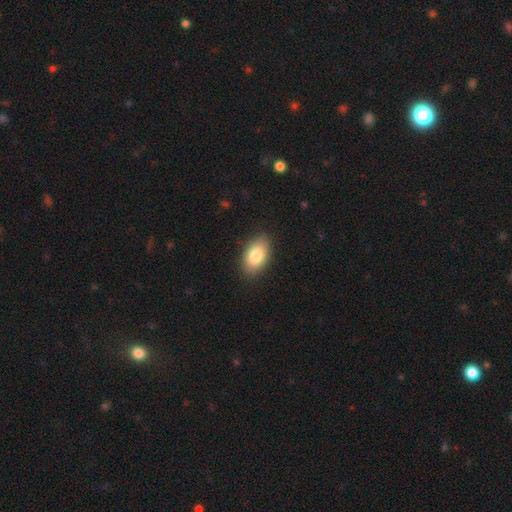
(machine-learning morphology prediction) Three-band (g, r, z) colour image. It shows a smooth galaxy with no disk features (84%) that is in between round and cigar-shaped (93%). Merging: none (87%).